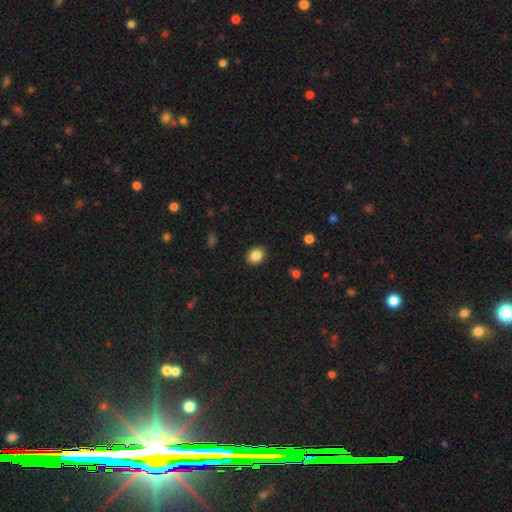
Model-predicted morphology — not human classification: The model was most divided on "how rounded": round: 51%, in between: 48%, cigar-shaped: 1%. More confident: merging — none (89%); smooth or featured — smooth (86%).